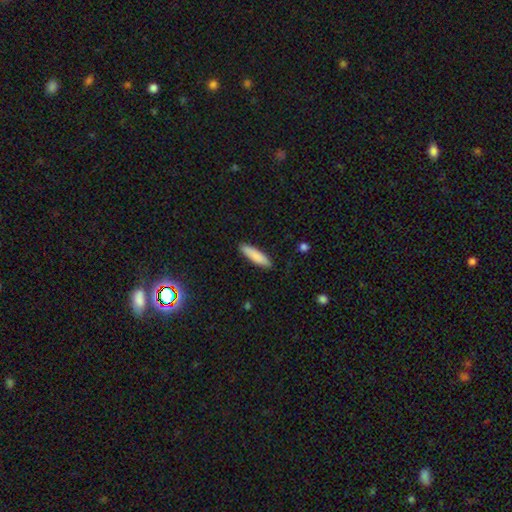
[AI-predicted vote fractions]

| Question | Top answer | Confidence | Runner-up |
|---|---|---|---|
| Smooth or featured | smooth | 86% | featured or disk (9%) |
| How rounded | cigar-shaped | 74% | in between (24%) |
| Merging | none | 89% | minor disturbance (8%) |